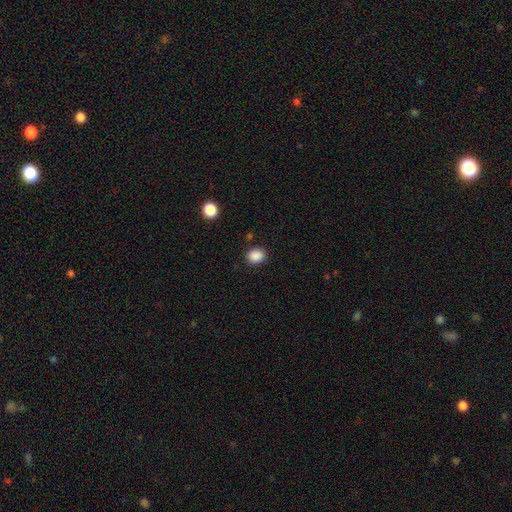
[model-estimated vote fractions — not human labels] Smooth or featured: smooth — 88% (star or artifact — 9%)
How rounded: round — 55% (in between — 44%)
Merging: none — 87% (minor disturbance — 9%)